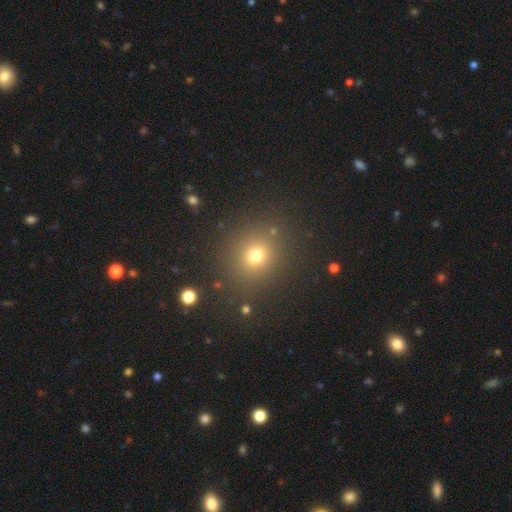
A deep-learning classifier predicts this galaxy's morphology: This is likely a smooth galaxy (71%). How rounded: likely round (78%). Merging: clearly none (85%).